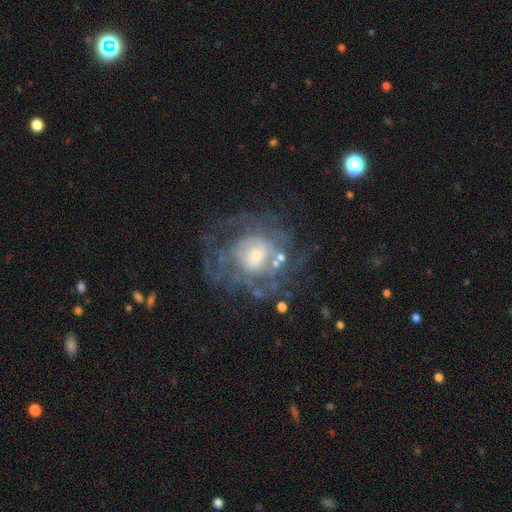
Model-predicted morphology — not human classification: Smooth or featured: featured or disk — 76% (smooth — 14%)
Edge-on disk: no — 97% (yes — 3%)
Bar: no — 73% (weak — 22%)
Spiral arms: yes — 76% (no — 24%)
Spiral winding: tight — 55% (medium — 31%)
Spiral arm count: can't tell — 53% (2 — 11%)
Bulge size: small — 53% (moderate — 34%)
Merging: none — 64% (major disturbance — 17%)